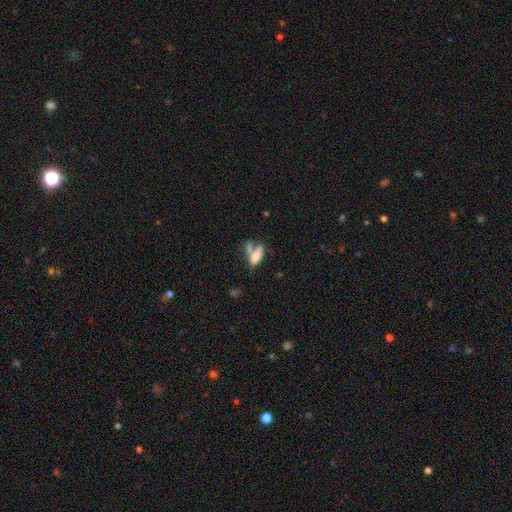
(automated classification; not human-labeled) Morphology: type=smooth (73%); roundness=in between (70%); merging=merger (44%).